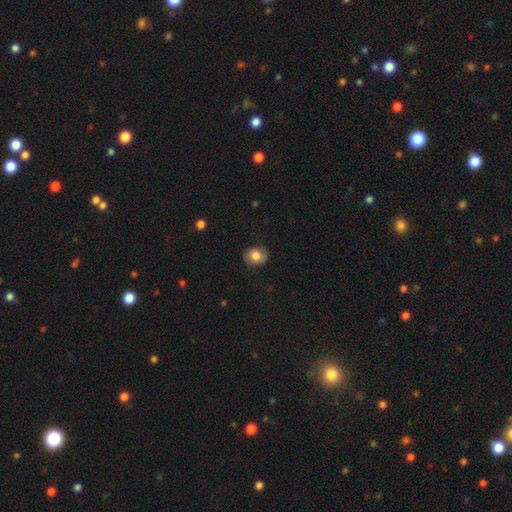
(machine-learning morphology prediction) Smooth or featured?
  - smooth: 68% *
  - featured or disk: 23%
  - star or artifact: 9%
How rounded?
  - round: 72% *
  - in between: 27%
  - cigar-shaped: 1%
Merging?
  - none: 77% *
  - minor disturbance: 16%
  - major disturbance: 5%
  - merger: 1%